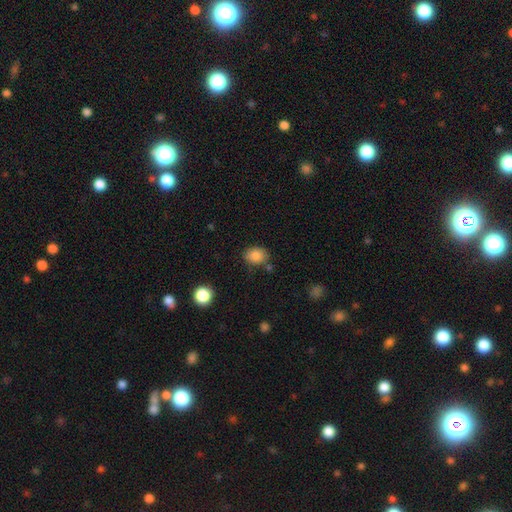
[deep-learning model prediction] Smooth or featured? Predicted: smooth (p=0.85). How rounded? Predicted: in between (p=0.58). Merging? Predicted: none (p=0.75).